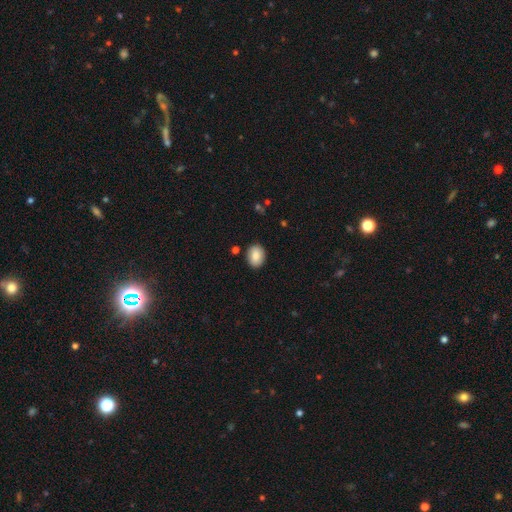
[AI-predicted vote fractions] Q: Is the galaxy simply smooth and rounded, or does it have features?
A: smooth — 86%.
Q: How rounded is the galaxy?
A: in between — 66%.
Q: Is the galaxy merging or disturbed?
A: none — 87%.